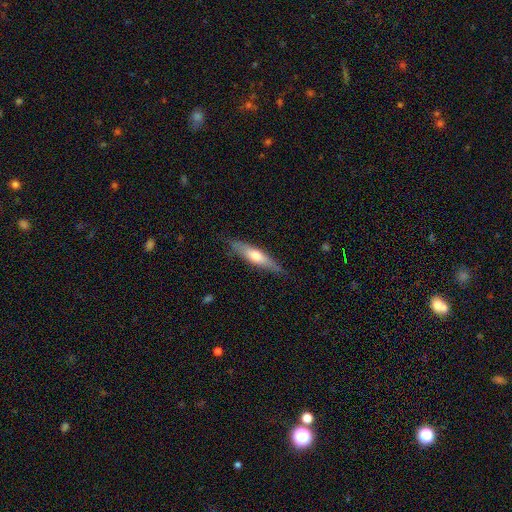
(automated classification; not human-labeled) smooth 52%, featured or disk 43%, star or artifact 5%. Down the decision tree: how rounded — cigar-shaped (79%); merging — none (82%).